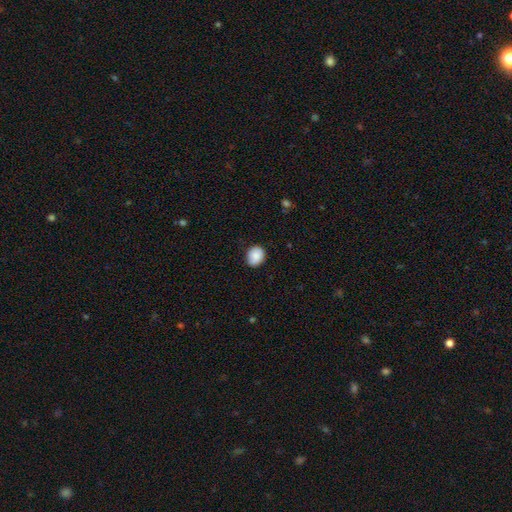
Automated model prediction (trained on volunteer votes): Morphology: type=smooth (85%); roundness=round (56%); merging=none (81%).